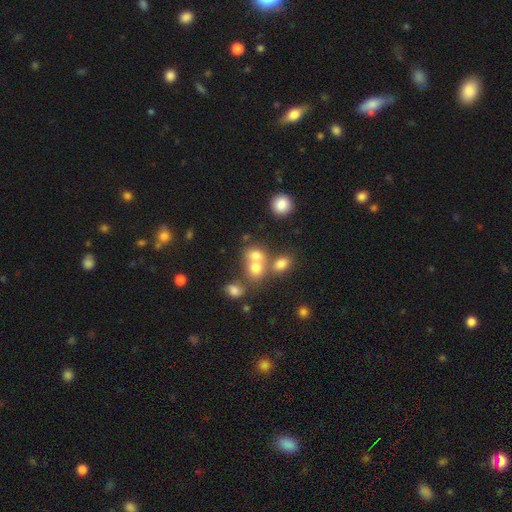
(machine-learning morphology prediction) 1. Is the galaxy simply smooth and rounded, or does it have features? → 70% smooth, 16% star or artifact, 15% featured or disk.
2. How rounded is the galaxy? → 63% round, 35% in between, 1% cigar-shaped.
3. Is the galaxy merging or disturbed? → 52% merger, 35% none, 8% minor disturbance, 5% major disturbance.